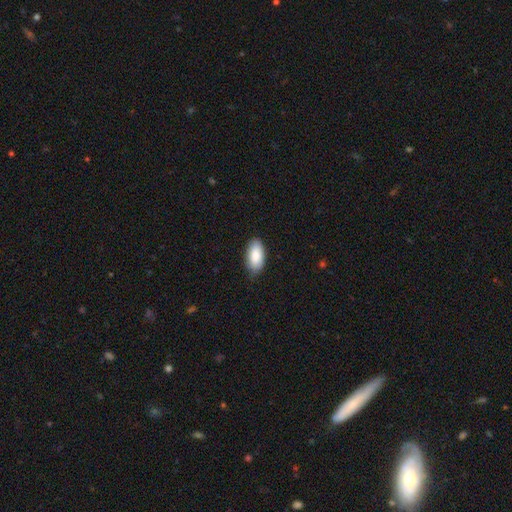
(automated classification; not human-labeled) Morphology: type=smooth (87%); roundness=in between (94%); merging=none (77%).